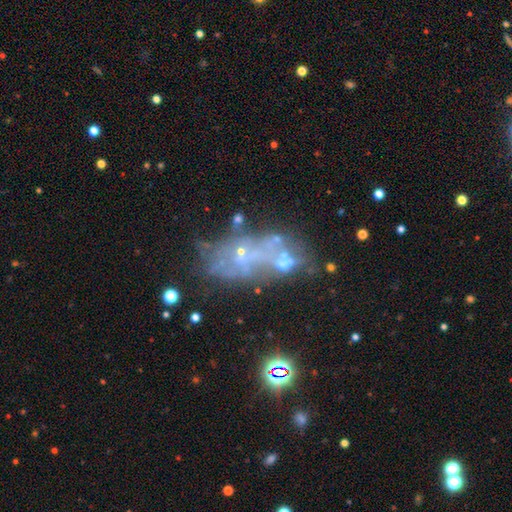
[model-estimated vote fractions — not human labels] Smooth or featured? Predicted: featured or disk (p=0.56). Edge-on disk? Predicted: no (p=0.92). Bar? Predicted: no (p=0.86). Spiral arms? Predicted: no (p=0.78). Bulge size? Predicted: small (p=0.45). Merging? Predicted: none (p=0.42).